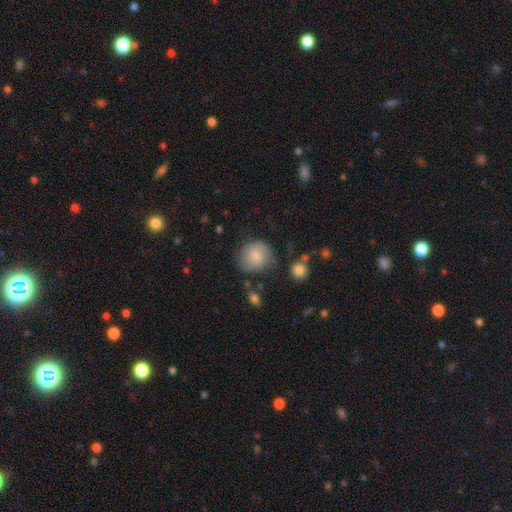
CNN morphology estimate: Smooth or featured? Predicted: smooth (p=0.63). How rounded? Predicted: round (p=0.81). Merging? Predicted: none (p=0.62).